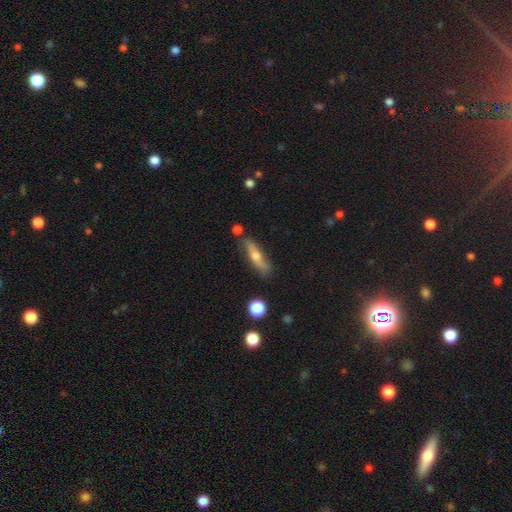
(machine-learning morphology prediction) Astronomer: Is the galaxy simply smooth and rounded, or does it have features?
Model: featured or disk — 48% (runner-up: smooth, 44%).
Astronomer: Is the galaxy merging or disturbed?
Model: none — 71%.